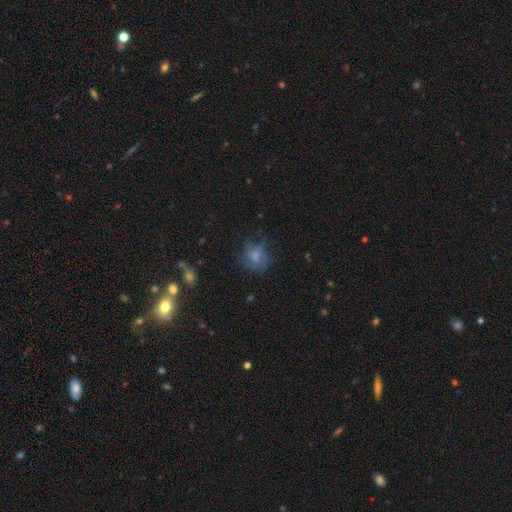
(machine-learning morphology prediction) smooth-or-featured: smooth: 58% | featured or disk: 29% | star or artifact: 13%
  how-rounded: round: 62% | in between: 36% | cigar-shaped: 1%
  merging: none: 53% | minor disturbance: 24% | major disturbance: 20% | merger: 3%